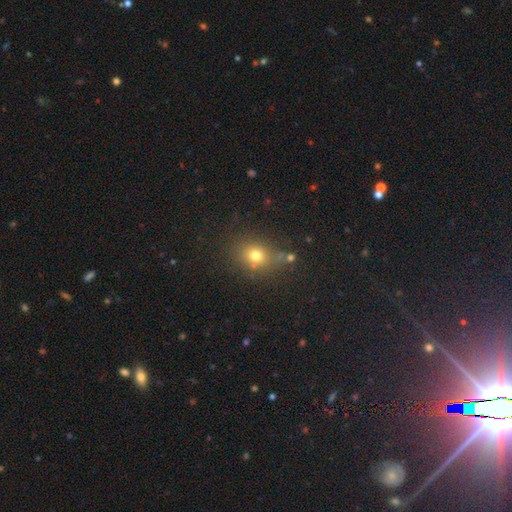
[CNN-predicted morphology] Overall: smooth (72%). How rounded: round (64%; in between 35%). Merging: none (70%).